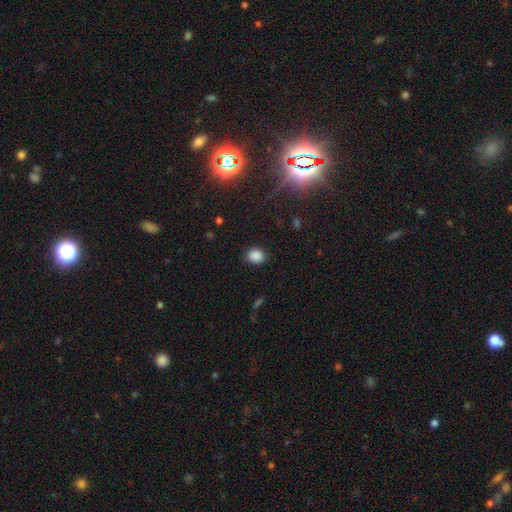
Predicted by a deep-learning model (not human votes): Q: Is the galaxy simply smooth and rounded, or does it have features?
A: smooth — 86%.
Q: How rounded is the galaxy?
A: round — 55%.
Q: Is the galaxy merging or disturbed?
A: none — 82%.